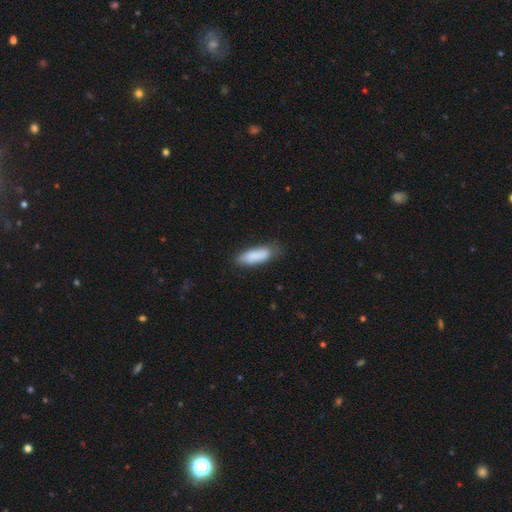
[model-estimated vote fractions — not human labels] A smooth galaxy with no disk features (86%) that is in between round and cigar-shaped (58%). Merging: none (65%).